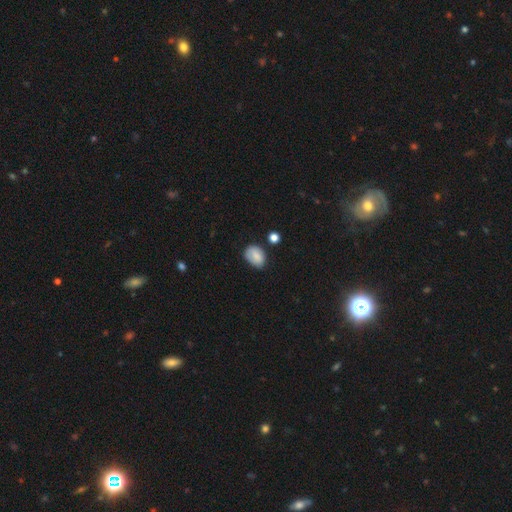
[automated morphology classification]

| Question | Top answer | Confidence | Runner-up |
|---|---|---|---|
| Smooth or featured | smooth | 81% | featured or disk (11%) |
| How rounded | in between | 76% | round (23%) |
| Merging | none | 66% | minor disturbance (25%) |